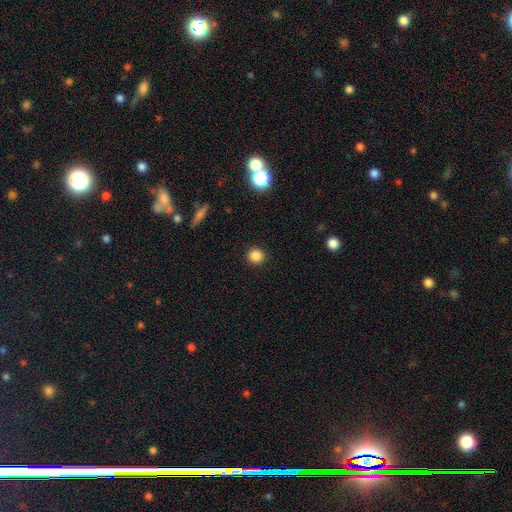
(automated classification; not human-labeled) Q: Smooth or featured?
A: smooth (85%); runner-up: star or artifact (11%)
Q: How rounded?
A: round (92%); runner-up: in between (6%)
Q: Merging?
A: none (92%); runner-up: minor disturbance (5%)